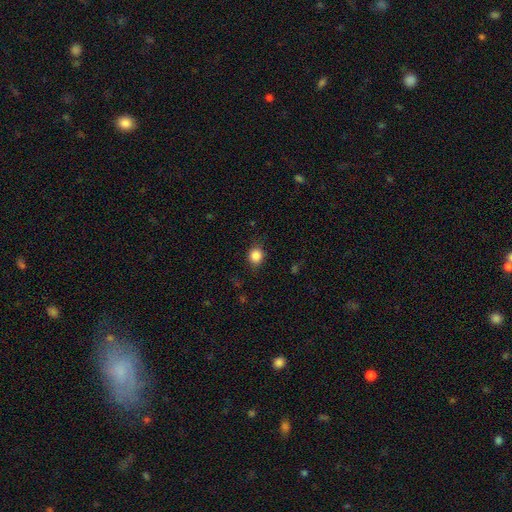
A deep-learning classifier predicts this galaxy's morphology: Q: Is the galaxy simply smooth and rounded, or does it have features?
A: smooth — 85%.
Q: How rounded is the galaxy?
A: round — 75%.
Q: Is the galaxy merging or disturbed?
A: none — 80%.